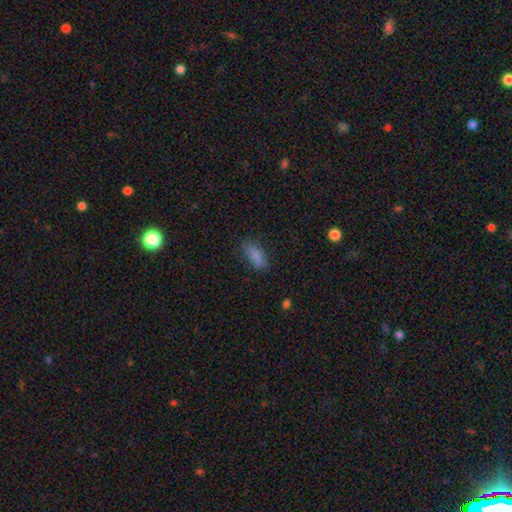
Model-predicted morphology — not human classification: This appears to be a smooth galaxy with no disk features (83%) that is in between round and cigar-shaped (76%). Merging: none (74%).